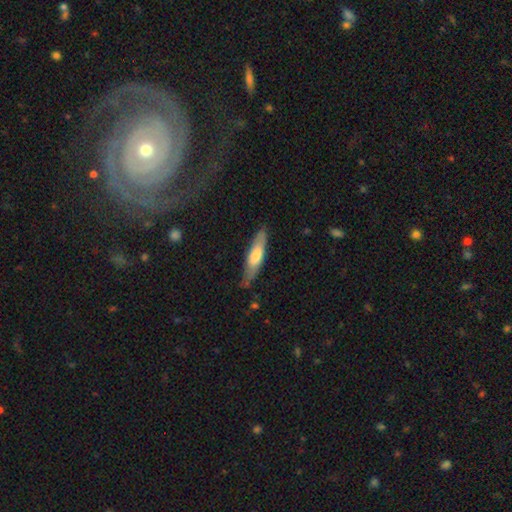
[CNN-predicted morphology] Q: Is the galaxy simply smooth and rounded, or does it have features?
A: smooth — 58%.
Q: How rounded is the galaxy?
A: cigar-shaped — 72%.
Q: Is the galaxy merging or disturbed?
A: none — 77%.